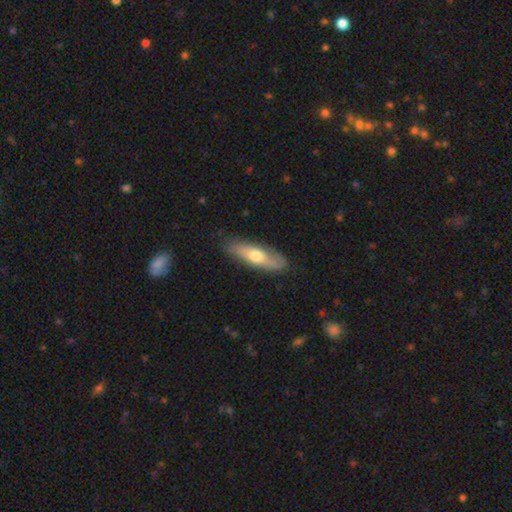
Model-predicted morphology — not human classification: Smooth or featured?
  - smooth: 54% *
  - featured or disk: 40%
  - star or artifact: 5%
How rounded?
  - cigar-shaped: 53% *
  - in between: 44%
  - round: 3%
Merging?
  - none: 82% *
  - minor disturbance: 14%
  - major disturbance: 3%
  - merger: 1%